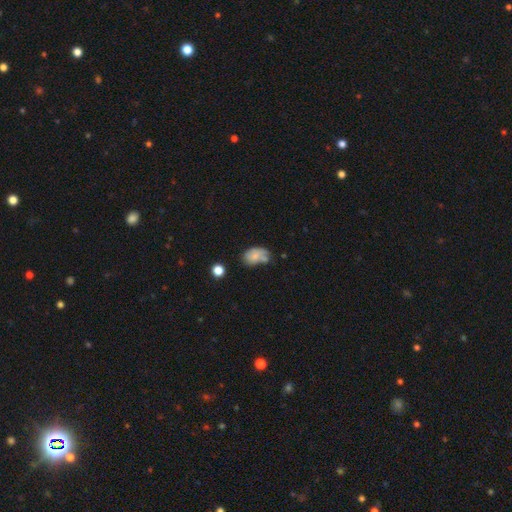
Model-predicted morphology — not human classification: Smooth or featured? smooth (71%)
How rounded? in between (83%)
Merging? none (38%)